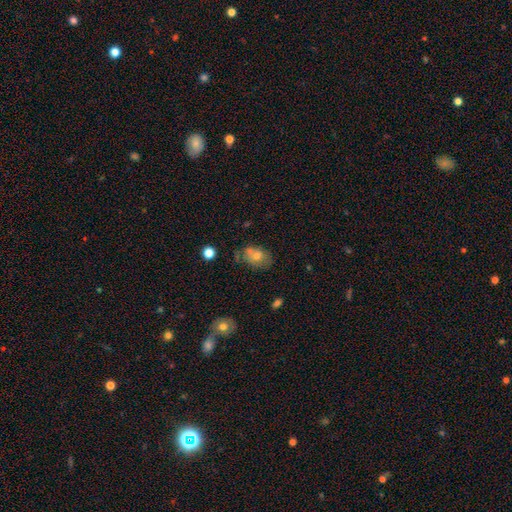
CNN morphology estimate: Smooth or featured? Predicted: smooth (p=0.67). How rounded? Predicted: in between (p=0.77). Merging? Predicted: none (p=0.48).